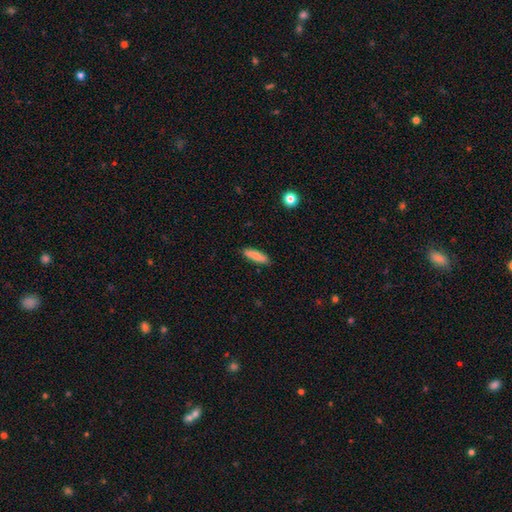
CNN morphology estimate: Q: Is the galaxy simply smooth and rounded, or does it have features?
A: smooth — 83%.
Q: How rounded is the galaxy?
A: cigar-shaped — 63%.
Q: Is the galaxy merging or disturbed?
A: none — 88%.